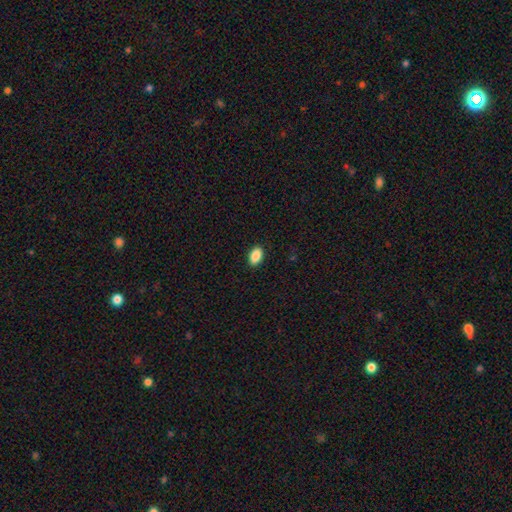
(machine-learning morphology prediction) Smooth or featured?
  - smooth: 89% *
  - star or artifact: 7%
  - featured or disk: 3%
How rounded?
  - in between: 92% *
  - round: 6%
  - cigar-shaped: 2%
Merging?
  - none: 90% *
  - minor disturbance: 8%
  - major disturbance: 2%
  - merger: 1%